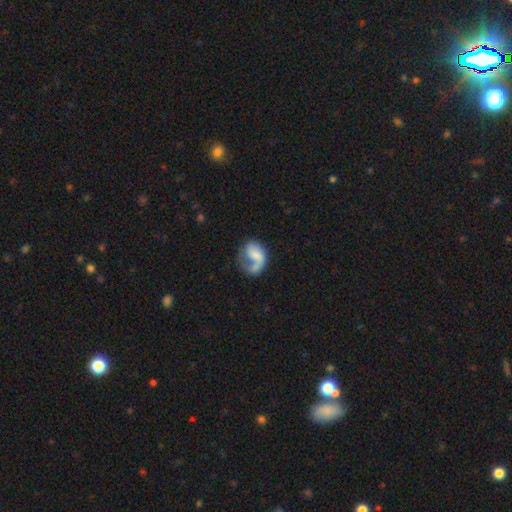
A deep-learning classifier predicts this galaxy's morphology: Smooth or featured? featured or disk (56%)
Edge-on disk? no (98%)
Bar? no (58%)
Spiral arms? yes (77%)
Bulge size? small (33%)
Merging? major disturbance (41%)